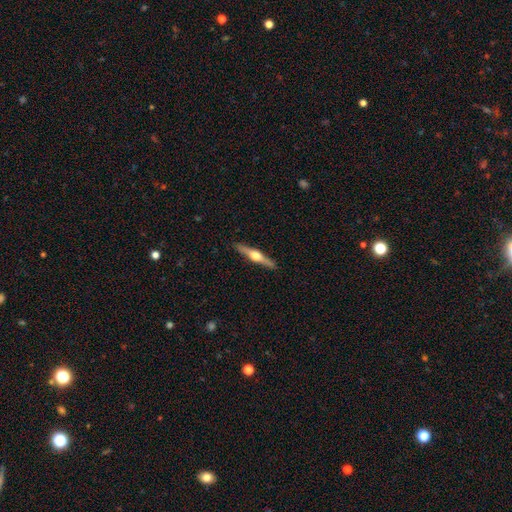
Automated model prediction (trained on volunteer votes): This appears to be a featured or disk galaxy (70%) viewed edge-on (97%) with a rounded central bulge (95%). Merging: none (91%).